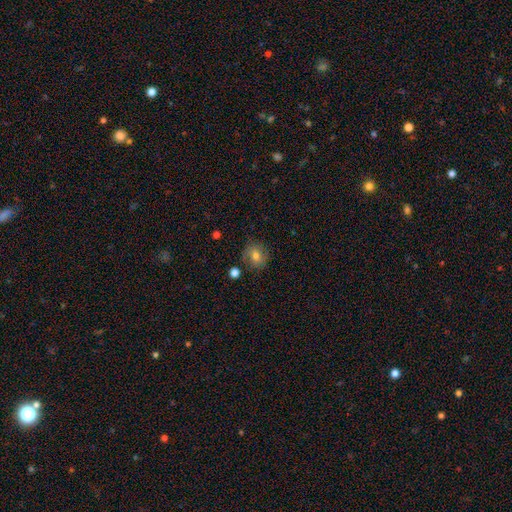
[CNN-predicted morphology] type=smooth (70%); roundness=round (83%); merging=none (79%).